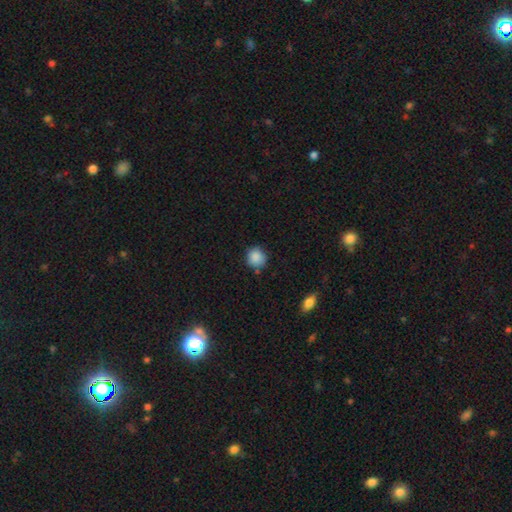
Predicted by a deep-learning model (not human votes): Smooth or featured: smooth — 88% (star or artifact — 9%)
How rounded: round — 90% (in between — 9%)
Merging: none — 81% (minor disturbance — 13%)